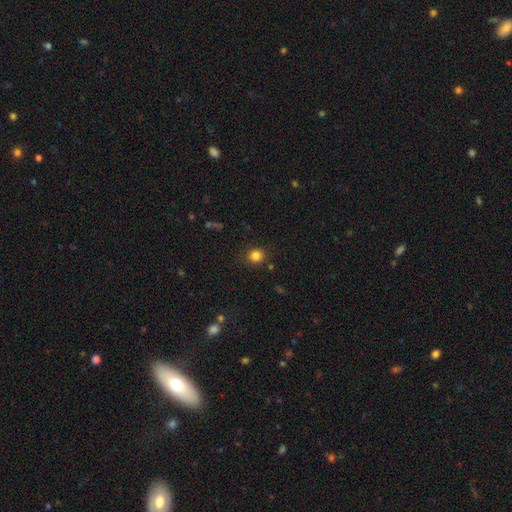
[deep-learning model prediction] Morphology: type=smooth (83%); roundness=round (87%); merging=none (87%).